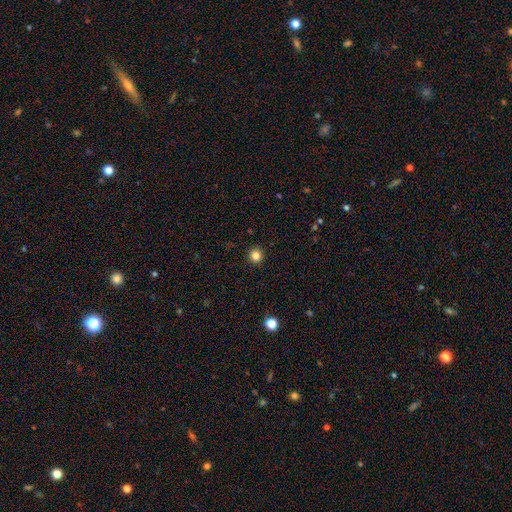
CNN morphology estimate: Smooth or featured: smooth — 84% (star or artifact — 12%)
How rounded: round — 94% (in between — 5%)
Merging: none — 93% (minor disturbance — 5%)